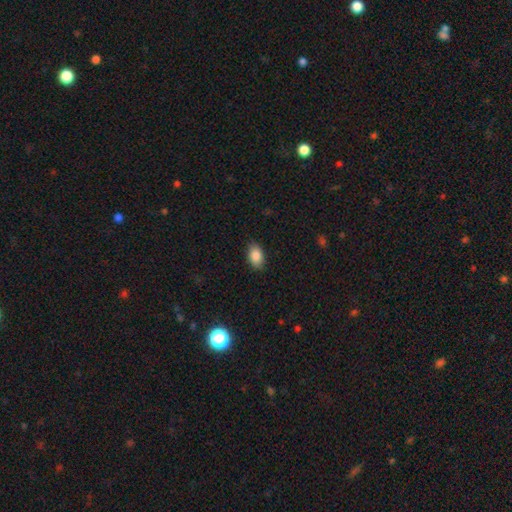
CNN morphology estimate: smooth 87%, star or artifact 7%, featured or disk 5%. Down the decision tree: how rounded — in between (92%); merging — none (88%).